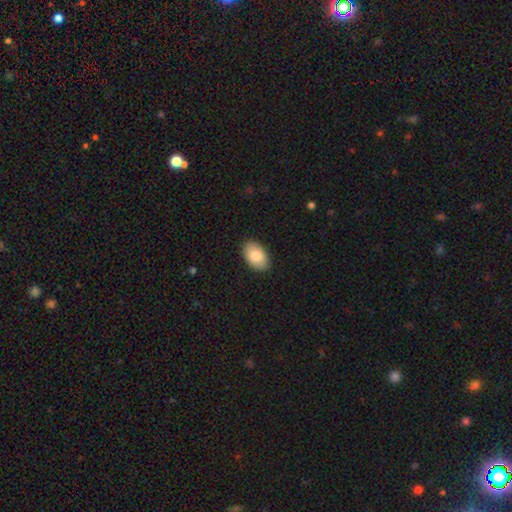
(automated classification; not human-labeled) Smooth or featured: smooth — 82% (featured or disk — 12%)
How rounded: in between — 92% (round — 7%)
Merging: none — 89% (minor disturbance — 9%)